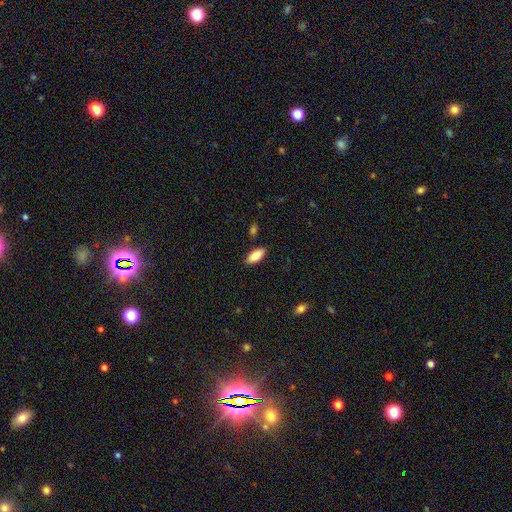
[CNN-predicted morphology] This appears to be a smooth galaxy with no disk features (84%) that is in between round and cigar-shaped (85%). Merging: none (87%).